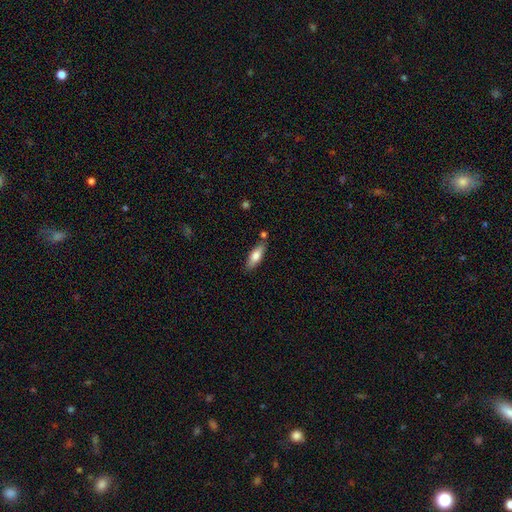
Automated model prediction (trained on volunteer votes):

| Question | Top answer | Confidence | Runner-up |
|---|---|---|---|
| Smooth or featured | smooth | 71% | featured or disk (23%) |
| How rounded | in between | 59% | cigar-shaped (39%) |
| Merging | none | 78% | minor disturbance (14%) |